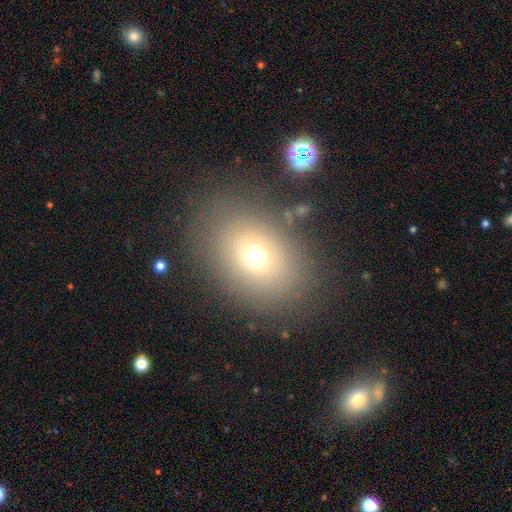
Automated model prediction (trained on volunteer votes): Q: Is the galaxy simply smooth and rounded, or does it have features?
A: smooth — 68%.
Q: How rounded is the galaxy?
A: in between — 65%.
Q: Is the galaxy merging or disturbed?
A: none — 80%.